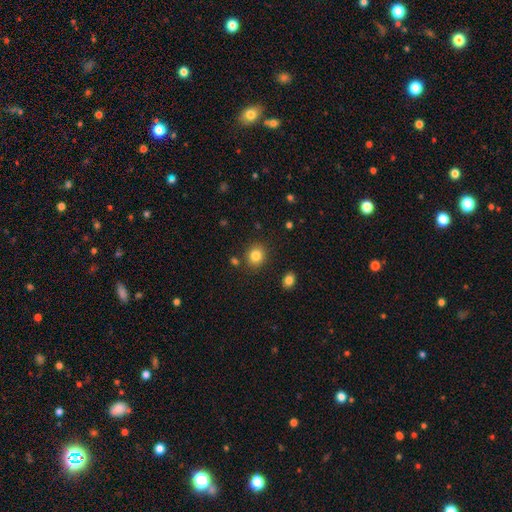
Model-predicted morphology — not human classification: This is clearly a smooth galaxy (84%). How rounded: likely round (77%). Merging: clearly none (84%).